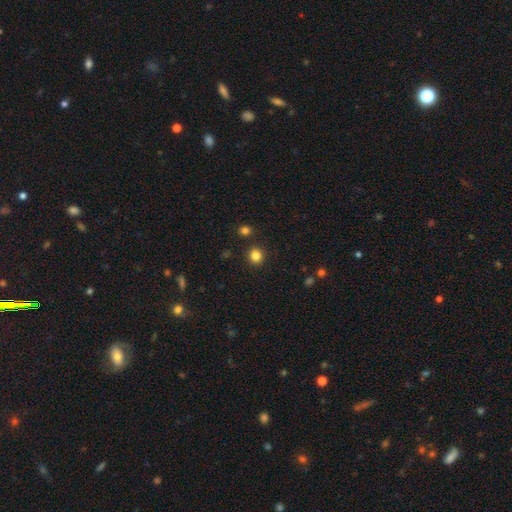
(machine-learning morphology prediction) Smooth or featured: smooth — 84% (star or artifact — 12%)
How rounded: round — 81% (in between — 18%)
Merging: none — 89% (minor disturbance — 6%)